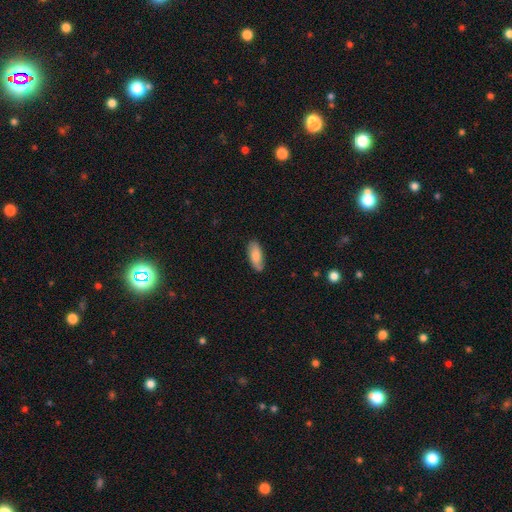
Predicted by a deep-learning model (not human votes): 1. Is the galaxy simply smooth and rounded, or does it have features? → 80% smooth, 14% featured or disk, 6% star or artifact.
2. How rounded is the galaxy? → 80% in between, 19% cigar-shaped, 2% round.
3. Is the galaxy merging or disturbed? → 81% none, 15% minor disturbance, 3% major disturbance, 1% merger.